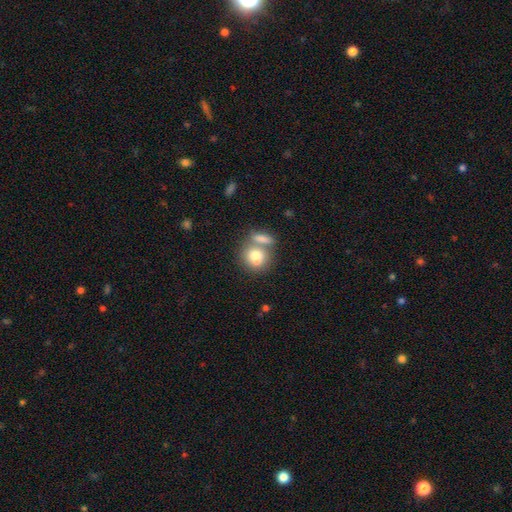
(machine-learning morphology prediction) This is likely a smooth galaxy (75%). How rounded: likely round (67%). Merging: possibly merger (49%).